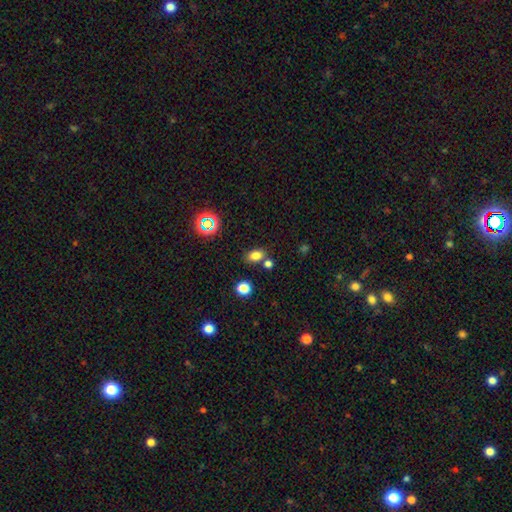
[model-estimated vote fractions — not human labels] A smooth galaxy with no disk features (76%) that is in between round and cigar-shaped (77%).

Vote fractions:
- Smooth or featured? smooth: 76% / star or artifact: 17% / featured or disk: 8%
- How rounded? in between: 77% / round: 21% / cigar-shaped: 2%
- Merging? none: 67% / merger: 17% / minor disturbance: 12% / major disturbance: 4%